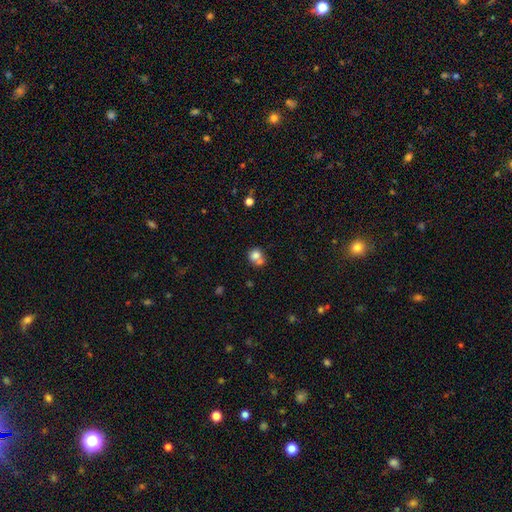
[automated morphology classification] A smooth galaxy with no disk features (78%) that is round (76%). Merging: merger (45%).